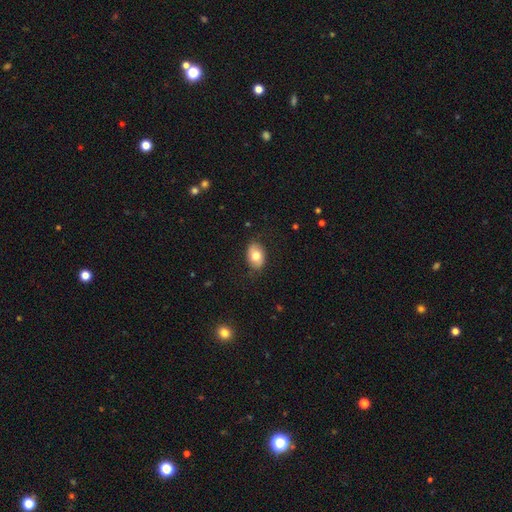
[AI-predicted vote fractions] smooth_or_featured: smooth (p=0.74) [alt: featured or disk p=0.19]
how_rounded: in between (p=0.84) [alt: round p=0.15]
merging: none (p=0.80) [alt: minor disturbance p=0.15]